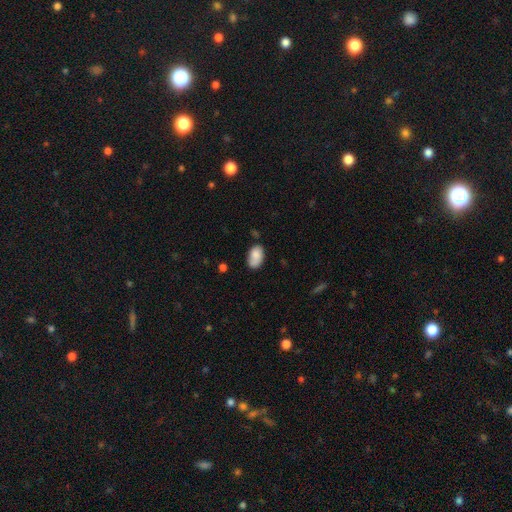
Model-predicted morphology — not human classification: type=smooth (79%); roundness=in between (90%); merging=none (62%).